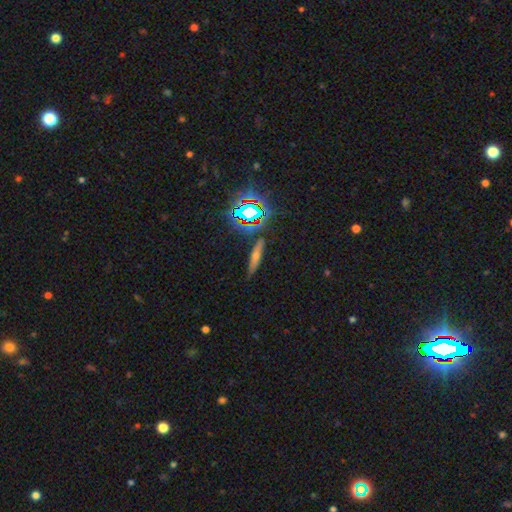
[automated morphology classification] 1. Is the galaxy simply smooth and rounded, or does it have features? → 39% featured or disk, 35% smooth, 26% star or artifact.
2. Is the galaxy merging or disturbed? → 84% none, 10% minor disturbance, 3% merger, 3% major disturbance.